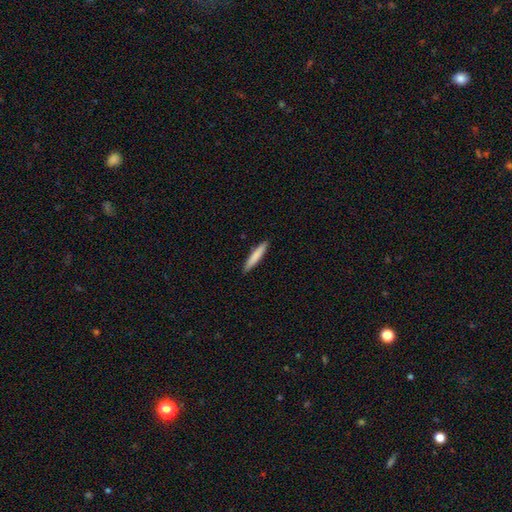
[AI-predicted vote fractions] Smooth or featured?
  - smooth: 81% *
  - featured or disk: 14%
  - star or artifact: 5%
How rounded?
  - cigar-shaped: 92% *
  - in between: 7%
  - round: 1%
Merging?
  - none: 91% *
  - minor disturbance: 7%
  - major disturbance: 1%
  - merger: 1%